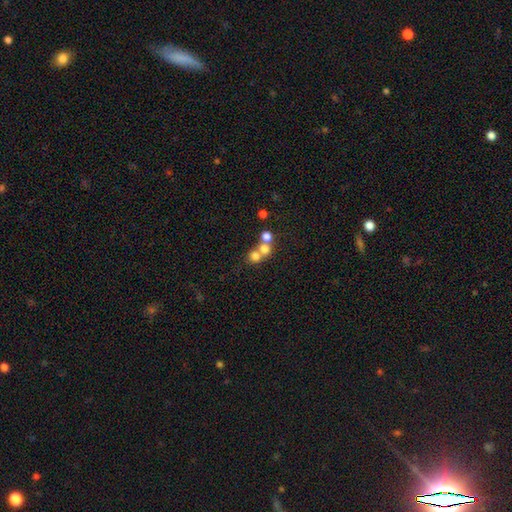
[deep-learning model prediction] smooth_or_featured: smooth (p=0.69) [alt: featured or disk p=0.16]
how_rounded: round (p=0.81) [alt: in between p=0.18]
merging: merger (p=0.58) [alt: none p=0.33]